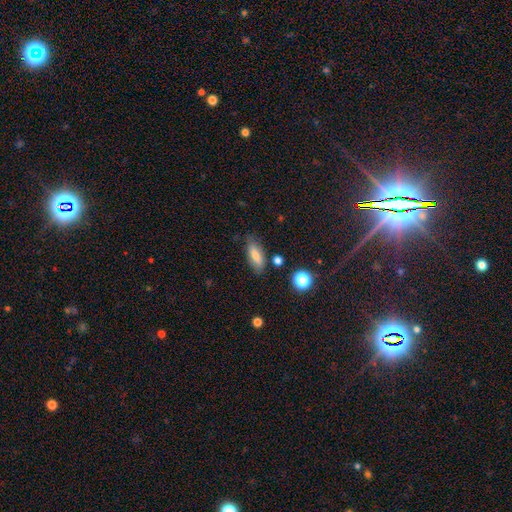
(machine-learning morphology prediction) Overall: smooth (77%). How rounded: in between (66%; cigar-shaped 31%). Merging: none (76%).